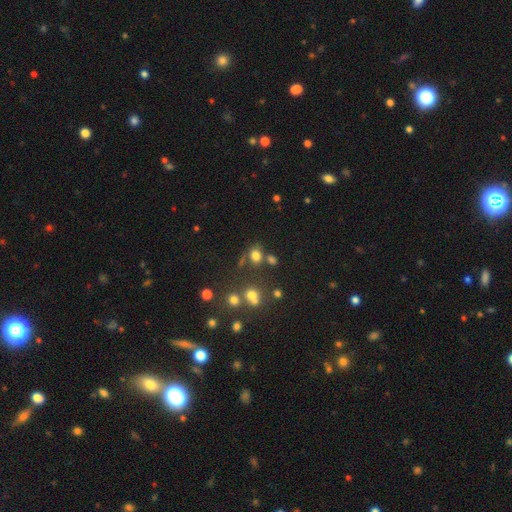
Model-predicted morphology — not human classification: A smooth galaxy with no disk features (72%) that is round (56%). Merging: none (62%).